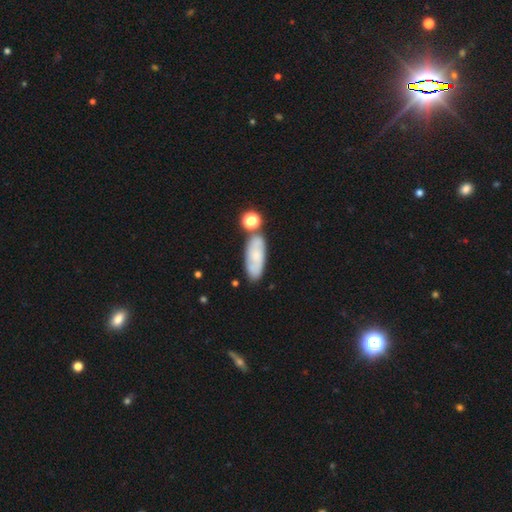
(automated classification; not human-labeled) Smooth or featured? smooth (54%)
How rounded? in between (69%)
Merging? none (64%)